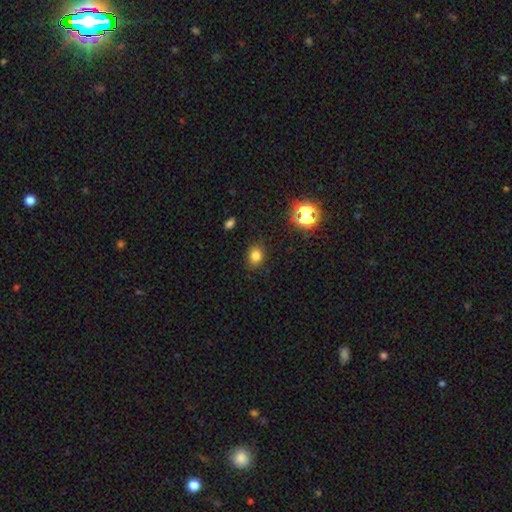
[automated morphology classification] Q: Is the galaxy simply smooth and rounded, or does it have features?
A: smooth — 79%.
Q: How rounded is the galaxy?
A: round — 56%.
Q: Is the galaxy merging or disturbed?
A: none — 86%.